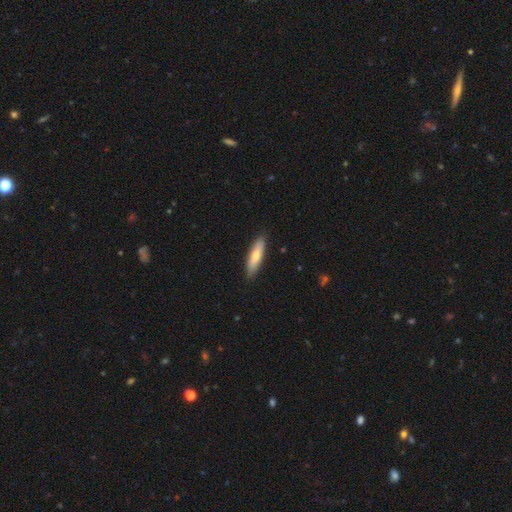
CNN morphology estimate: This appears to be a smooth galaxy with no disk features (67%) that is cigar-shaped (69%). Merging: none (88%).